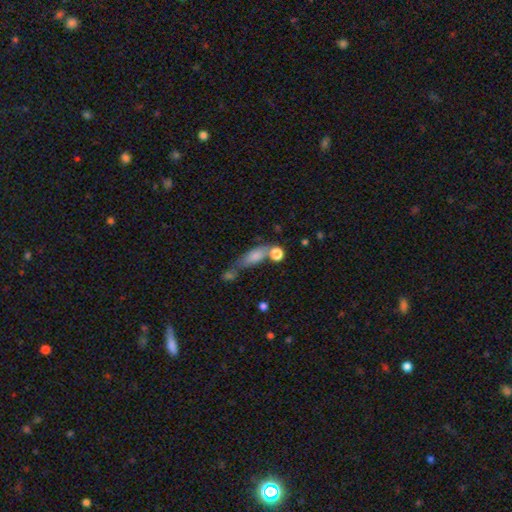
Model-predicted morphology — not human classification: Smooth or featured? smooth (75%)
How rounded? in between (63%)
Merging? none (40%)